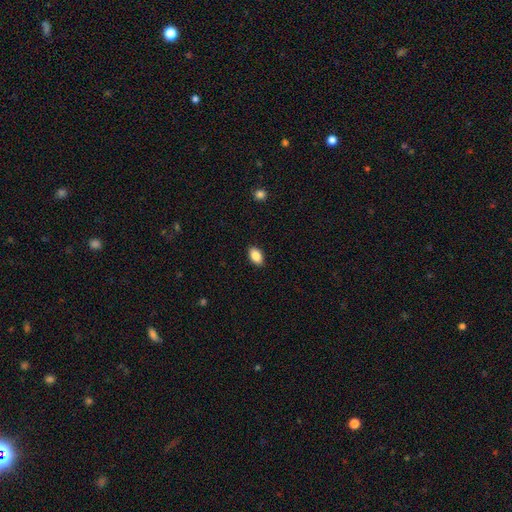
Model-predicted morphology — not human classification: smooth_or_featured: smooth (p=0.86) [alt: star or artifact p=0.08]
how_rounded: in between (p=0.91) [alt: round p=0.07]
merging: none (p=0.89) [alt: minor disturbance p=0.08]